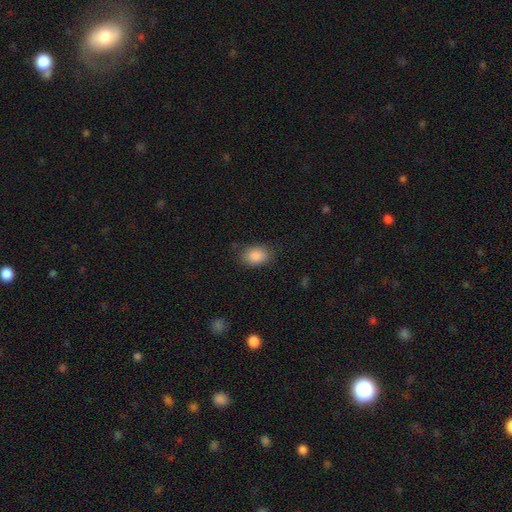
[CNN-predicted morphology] smooth_or_featured: smooth (p=0.88) [alt: star or artifact p=0.08]
how_rounded: in between (p=0.78) [alt: round p=0.21]
merging: none (p=0.81) [alt: minor disturbance p=0.14]